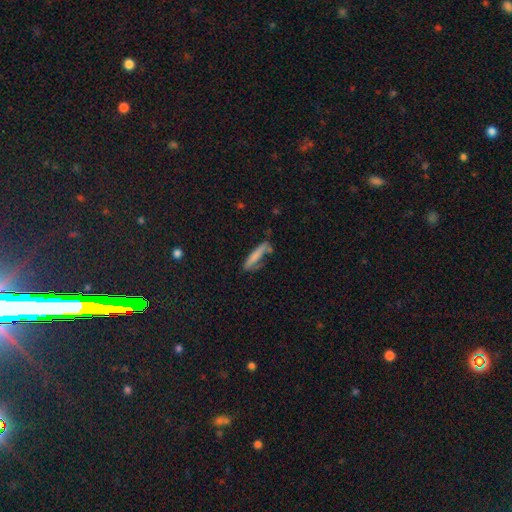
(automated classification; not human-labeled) This appears to be a smooth galaxy with no disk features (73%) that is cigar-shaped (88%). Merging: none (58%).